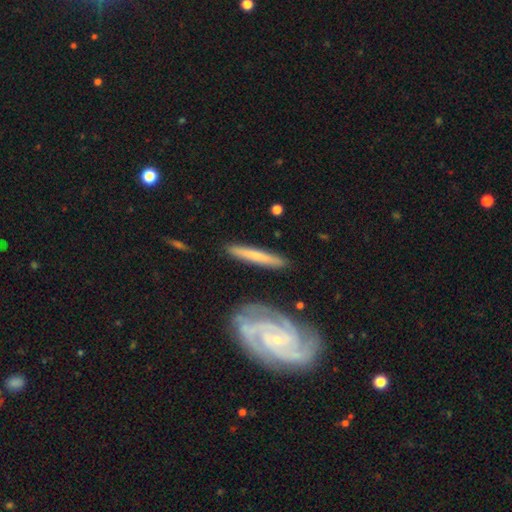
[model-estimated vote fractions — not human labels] This is possibly a featured or disk galaxy (51%). It is likely viewed edge-on (66%). Merging: clearly none (84%).